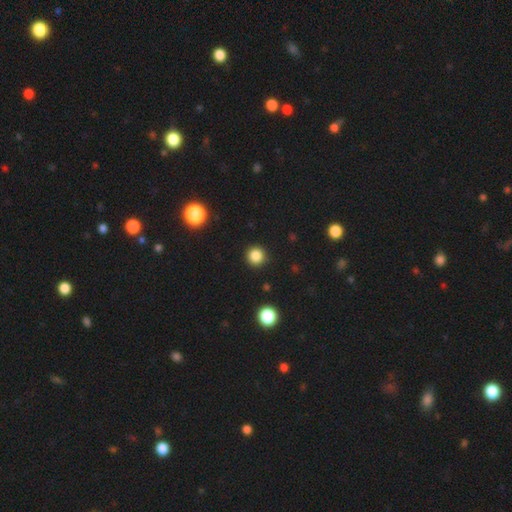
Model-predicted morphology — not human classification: A smooth galaxy with no disk features (84%) that is round (95%).

Vote fractions:
- Smooth or featured? smooth: 84% / star or artifact: 12% / featured or disk: 4%
- How rounded? round: 95% / in between: 4% / cigar-shaped: 1%
- Merging? none: 91% / minor disturbance: 6% / major disturbance: 2% / merger: 1%